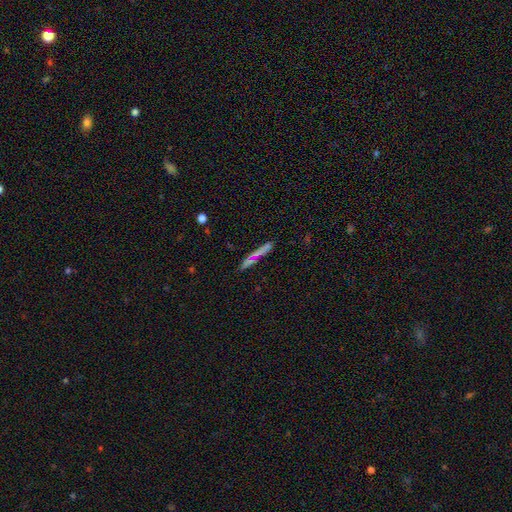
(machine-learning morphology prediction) Overall: smooth (59%; featured or disk 28%). How rounded: cigar-shaped (92%). Merging: none (76%).